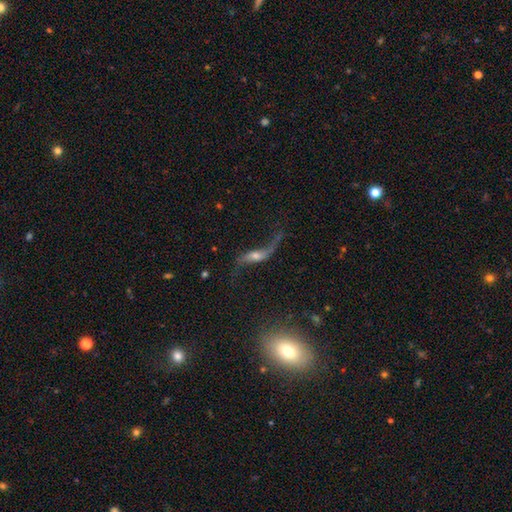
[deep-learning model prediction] Q: Smooth or featured?
A: featured or disk (78%); runner-up: smooth (13%)
Q: Edge-on disk?
A: no (83%); runner-up: yes (17%)
Q: Bar?
A: no (48%); runner-up: weak (32%)
Q: Spiral arms?
A: yes (91%); runner-up: no (9%)
Q: Spiral winding?
A: loose (94%); runner-up: medium (4%)
Q: Spiral arm count?
A: 2 (87%); runner-up: 1 (8%)
Q: Bulge size?
A: moderate (43%); runner-up: small (39%)
Q: Merging?
A: none (56%); runner-up: major disturbance (21%)